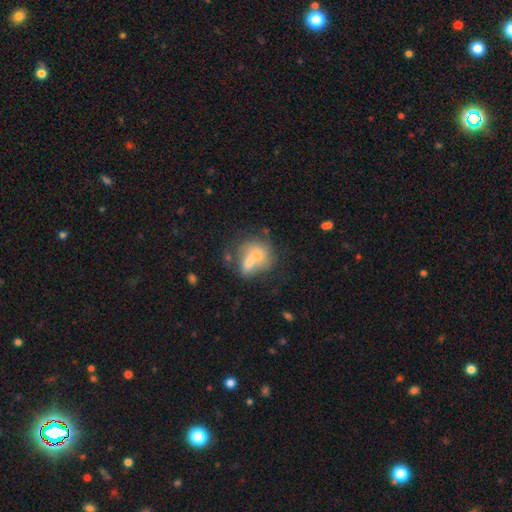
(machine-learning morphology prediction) Smooth or featured?
  - smooth: 59% *
  - featured or disk: 29%
  - star or artifact: 12%
How rounded?
  - round: 53% *
  - in between: 45%
  - cigar-shaped: 2%
Merging?
  - merger: 55% *
  - none: 27%
  - minor disturbance: 11%
  - major disturbance: 7%